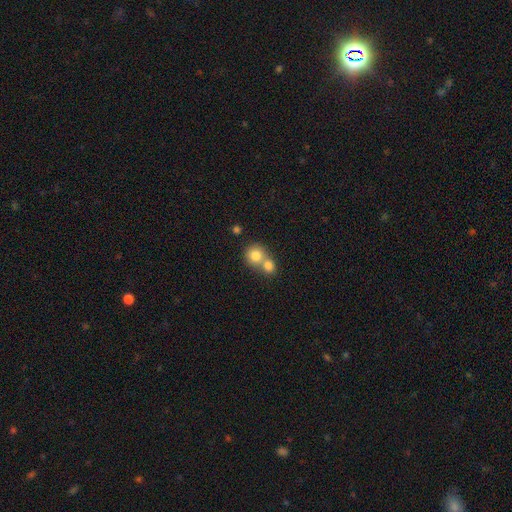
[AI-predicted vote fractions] smooth_or_featured: smooth (p=0.79) [alt: featured or disk p=0.12]
how_rounded: round (p=0.85) [alt: in between p=0.15]
merging: merger (p=0.57) [alt: none p=0.36]